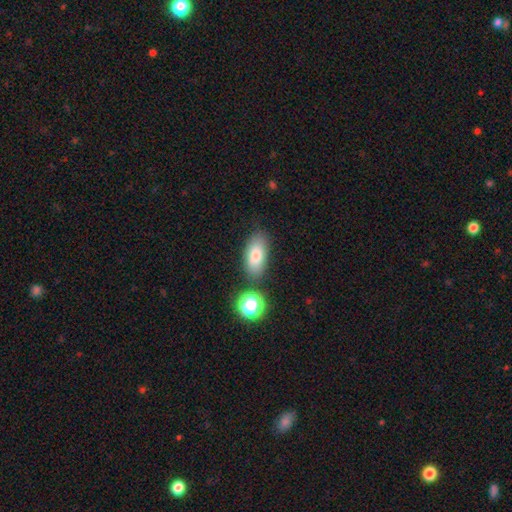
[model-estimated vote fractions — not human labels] A smooth galaxy with no disk features (80%) that is in between round and cigar-shaped (87%). Merging: none (78%).